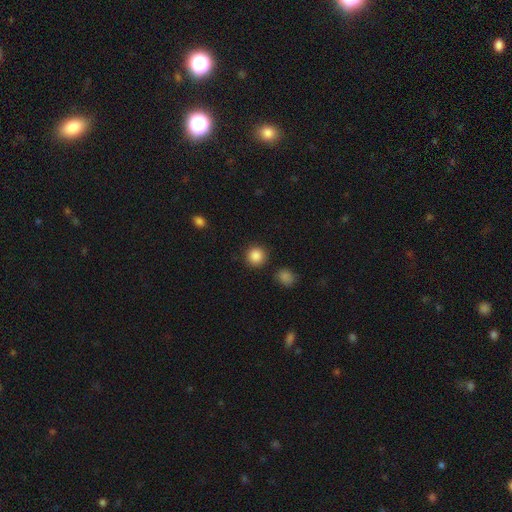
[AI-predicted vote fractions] smooth 87%, star or artifact 9%, featured or disk 3%. Down the decision tree: how rounded — round (94%); merging — none (88%).